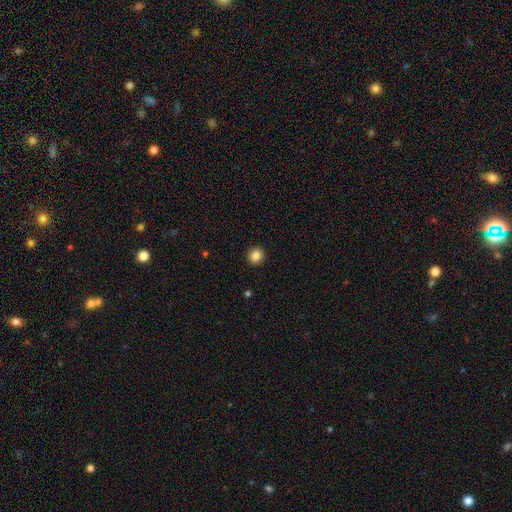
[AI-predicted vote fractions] A smooth galaxy with no disk features (86%) that is round (93%).

Vote fractions:
- Smooth or featured? smooth: 86% / star or artifact: 10% / featured or disk: 4%
- How rounded? round: 93% / in between: 6% / cigar-shaped: 1%
- Merging? none: 93% / minor disturbance: 4% / major disturbance: 2% / merger: 1%